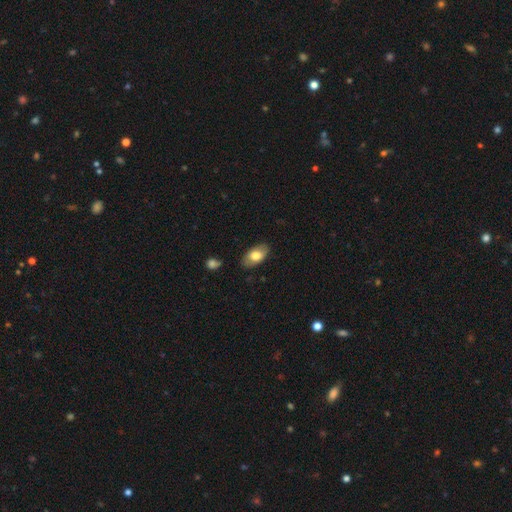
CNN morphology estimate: type=smooth (75%); roundness=in between (93%); merging=none (83%).